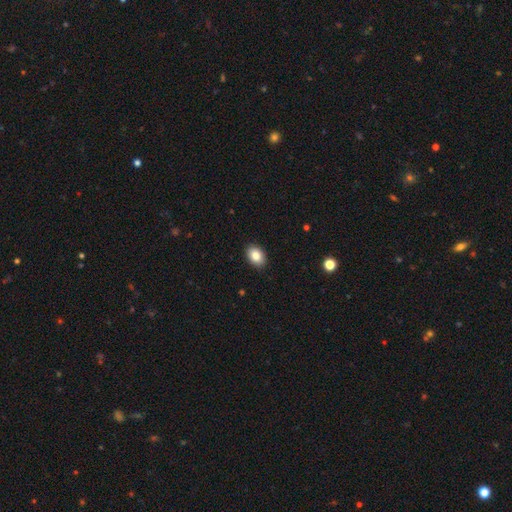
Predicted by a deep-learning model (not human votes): A smooth galaxy with no disk features (85%) that is in between round and cigar-shaped (79%). Merging: none (90%).